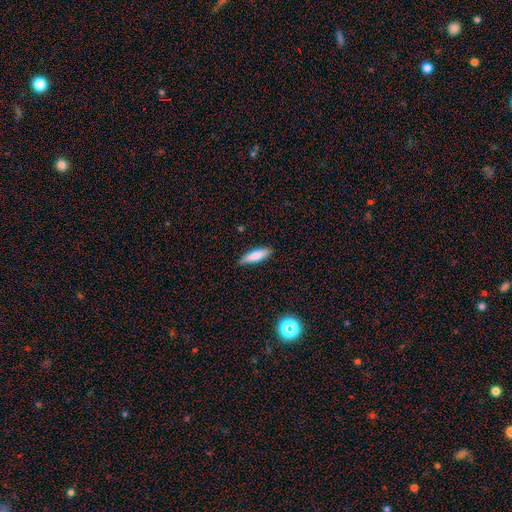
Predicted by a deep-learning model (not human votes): smooth 77%, featured or disk 16%, star or artifact 7%. Down the decision tree: how rounded — cigar-shaped (64%); merging — none (83%).